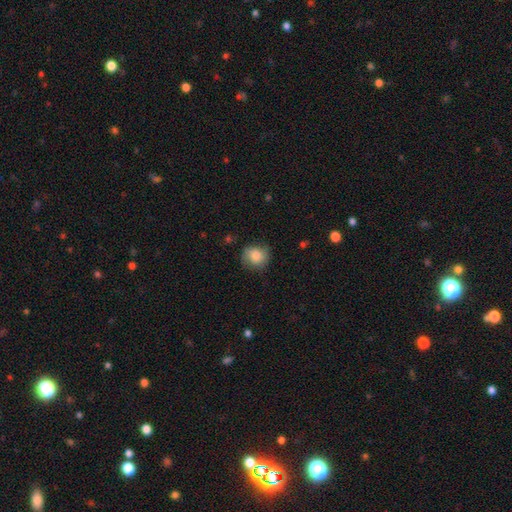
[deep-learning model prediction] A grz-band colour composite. It shows a smooth galaxy with no disk features (73%) that is round (81%). Merging: none (71%).